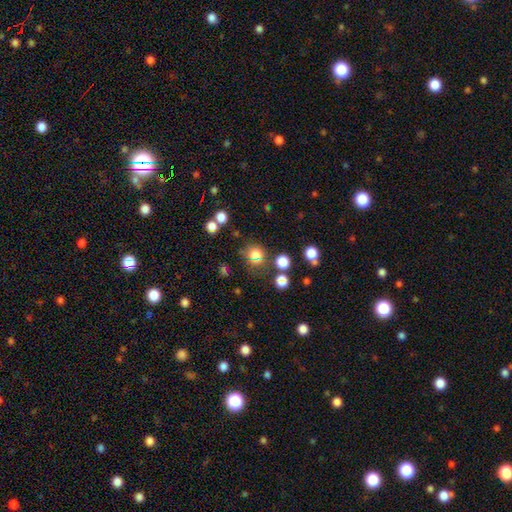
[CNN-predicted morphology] smooth_or_featured: smooth (p=0.75) [alt: star or artifact p=0.18]
how_rounded: round (p=0.84) [alt: in between p=0.15]
merging: none (p=0.70) [alt: minor disturbance p=0.13]